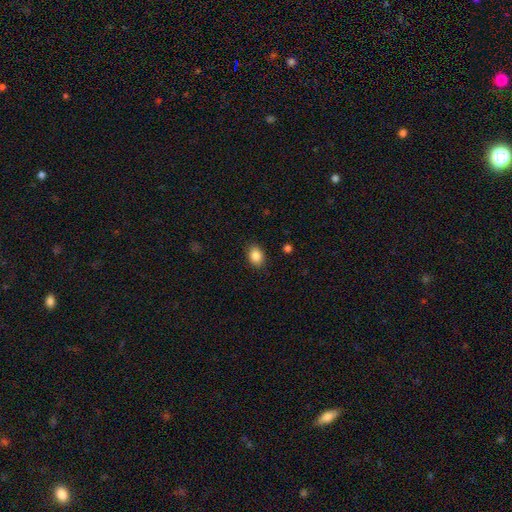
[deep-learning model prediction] This appears to be a smooth galaxy with no disk features (87%) that is in between round and cigar-shaped (64%). Merging: none (88%).